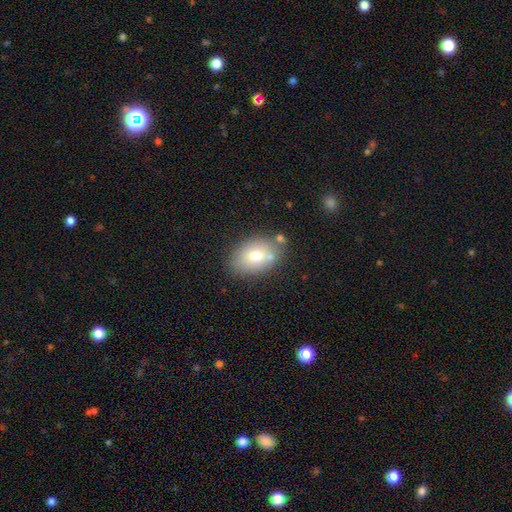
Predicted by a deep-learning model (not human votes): The model was most divided on "smooth or featured": smooth: 74%, featured or disk: 17%, star or artifact: 9%. More confident: how rounded — in between (84%); merging — none (74%).